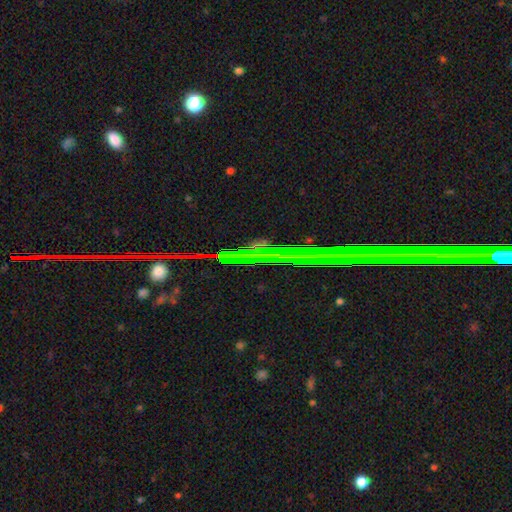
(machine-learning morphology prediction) This appears to be a star or artifact, not a galaxy (75%).